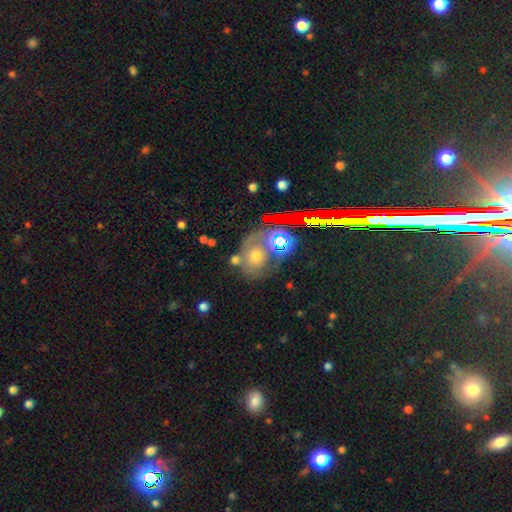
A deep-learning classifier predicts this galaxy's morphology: Q: Smooth or featured?
A: smooth (41%); runner-up: featured or disk (37%)
Q: Merging?
A: none (55%); runner-up: minor disturbance (18%)